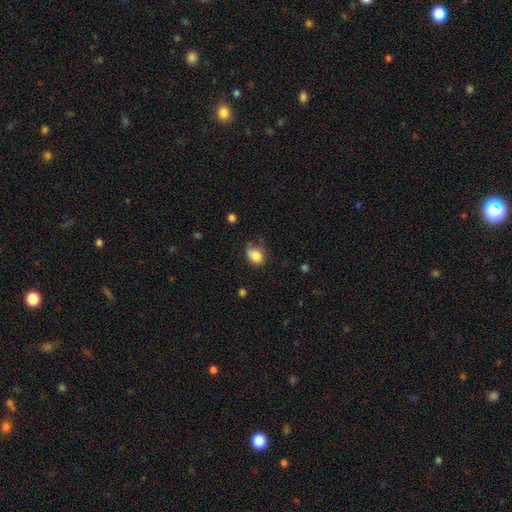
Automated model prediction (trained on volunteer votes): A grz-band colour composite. It shows a smooth galaxy with no disk features (81%) that is in between round and cigar-shaped (54%). Merging: none (52%).